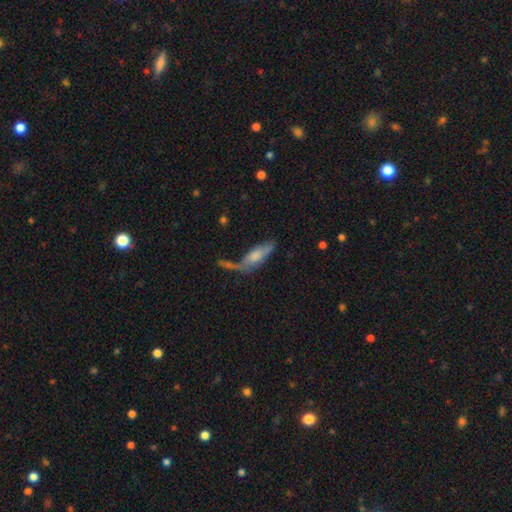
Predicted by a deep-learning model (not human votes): Smooth or featured: smooth — 59% (featured or disk — 33%)
How rounded: in between — 52% (cigar-shaped — 45%)
Merging: none — 41% (merger — 23%)